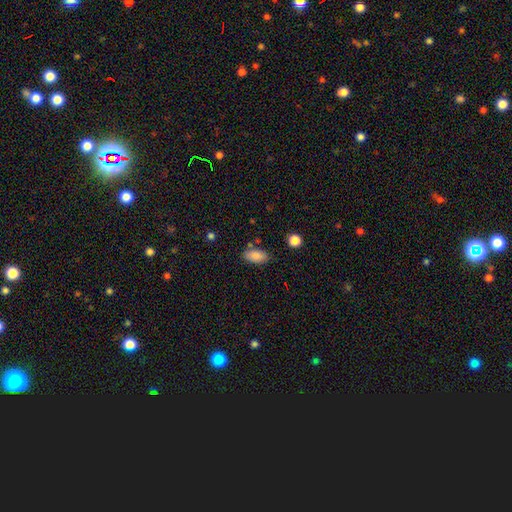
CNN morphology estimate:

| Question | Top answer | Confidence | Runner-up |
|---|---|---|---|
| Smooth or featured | smooth | 87% | star or artifact (8%) |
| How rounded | in between | 92% | cigar-shaped (5%) |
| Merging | none | 79% | minor disturbance (14%) |